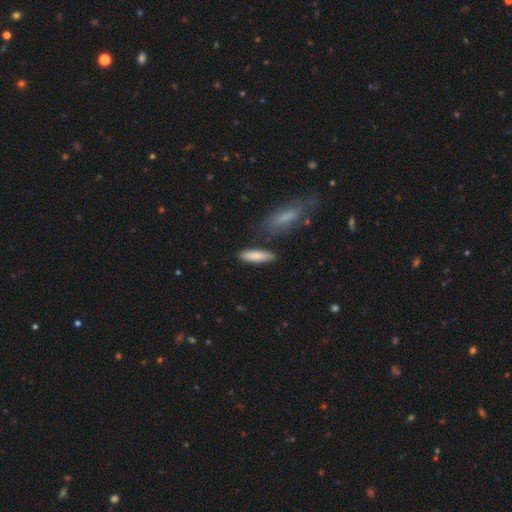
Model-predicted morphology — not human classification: smooth_or_featured: smooth (p=0.83) [alt: featured or disk p=0.11]
how_rounded: cigar-shaped (p=0.66) [alt: in between p=0.32]
merging: none (p=0.77) [alt: minor disturbance p=0.14]